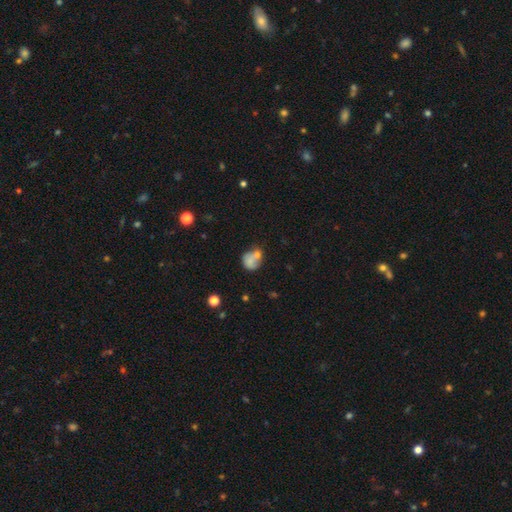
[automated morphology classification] type=smooth (65%); roundness=round (53%); merging=merger (37%).